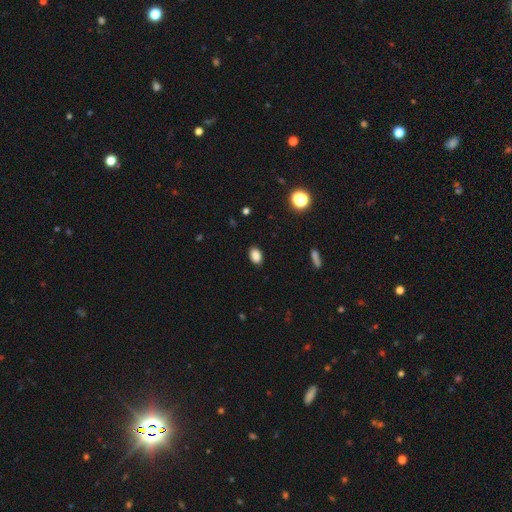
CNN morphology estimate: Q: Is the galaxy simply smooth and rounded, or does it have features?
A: smooth — 85%.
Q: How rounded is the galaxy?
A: in between — 83%.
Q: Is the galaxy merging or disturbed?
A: none — 88%.